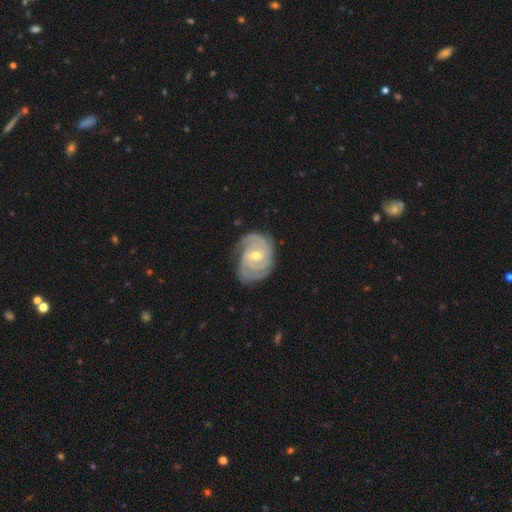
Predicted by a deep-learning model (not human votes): The model was most divided on "bar": weak: 45%, no: 43%, strong: 12%. Remaining: edge-on disk — no (98%); spiral arms — yes (97%); smooth or featured — featured or disk (89%); merging — none (68%); spiral winding — tight (67%); bulge size — moderate (58%); spiral arm count — 3 (35%).